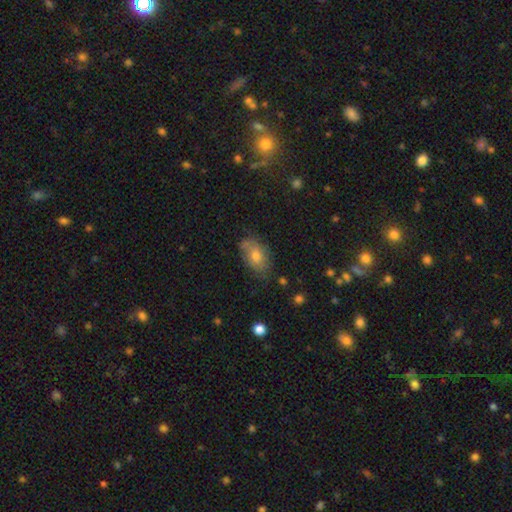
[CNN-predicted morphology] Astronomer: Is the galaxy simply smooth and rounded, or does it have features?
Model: smooth — 67%.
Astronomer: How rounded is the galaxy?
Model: in between — 87%.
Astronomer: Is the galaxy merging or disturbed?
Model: none — 66%.